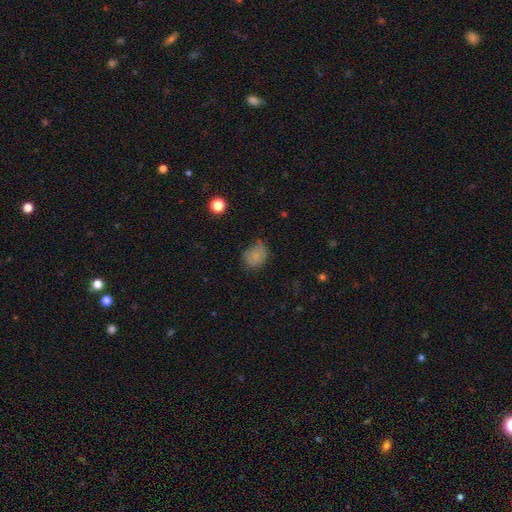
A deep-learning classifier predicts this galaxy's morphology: The model was most divided on "how rounded": in between: 52%, round: 47%, cigar-shaped: 1%. More confident: smooth or featured — smooth (76%); merging — none (51%).